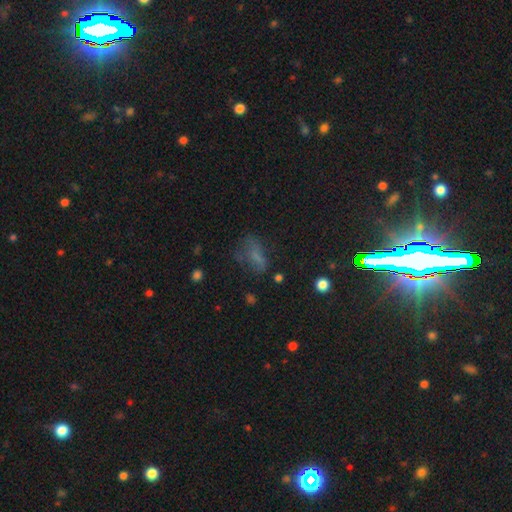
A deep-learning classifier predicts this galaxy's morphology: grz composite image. It shows a smooth galaxy with no disk features (53%) that is in between round and cigar-shaped (77%). Merging: none (42%).